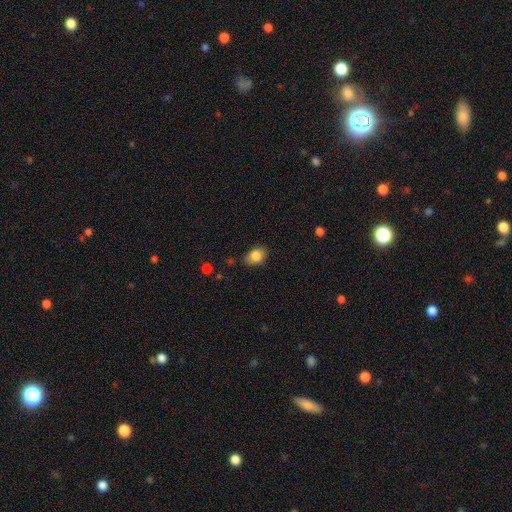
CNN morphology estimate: smooth 84%, star or artifact 9%, featured or disk 7%. Down the decision tree: how rounded — in between (74%); merging — none (80%).